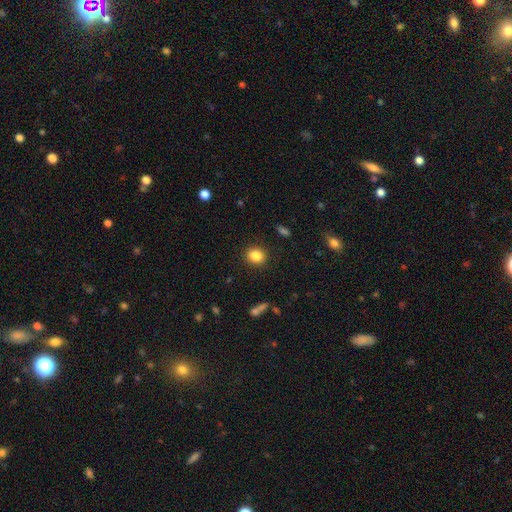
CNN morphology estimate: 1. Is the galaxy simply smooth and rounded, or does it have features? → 85% smooth, 10% star or artifact, 5% featured or disk.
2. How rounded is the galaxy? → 69% round, 29% in between, 1% cigar-shaped.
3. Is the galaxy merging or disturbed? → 90% none, 7% minor disturbance, 2% major disturbance, 1% merger.